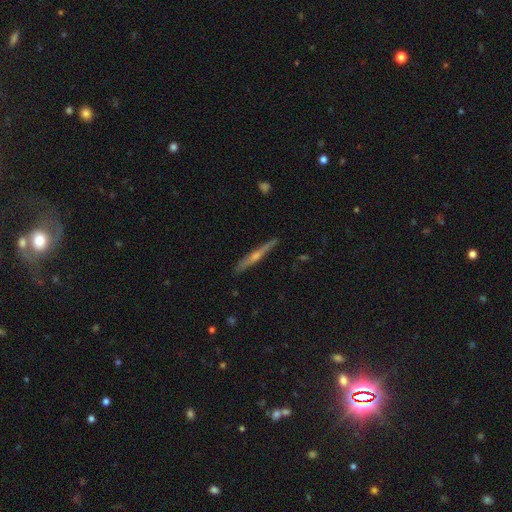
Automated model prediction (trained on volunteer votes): Smooth or featured? featured or disk (69%)
Edge-on disk? yes (97%)
Edge-on bulge? rounded (77%)
Merging? none (90%)